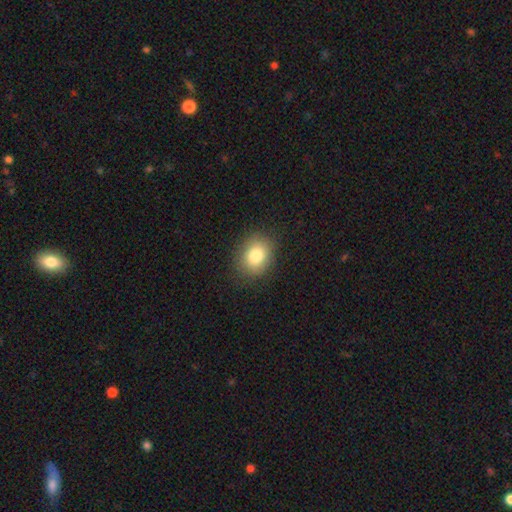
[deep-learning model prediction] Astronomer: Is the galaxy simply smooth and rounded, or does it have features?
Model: smooth — 81%.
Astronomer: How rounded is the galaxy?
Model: round — 53% (runner-up: in between, 46%).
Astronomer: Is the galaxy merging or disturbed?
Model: none — 85%.